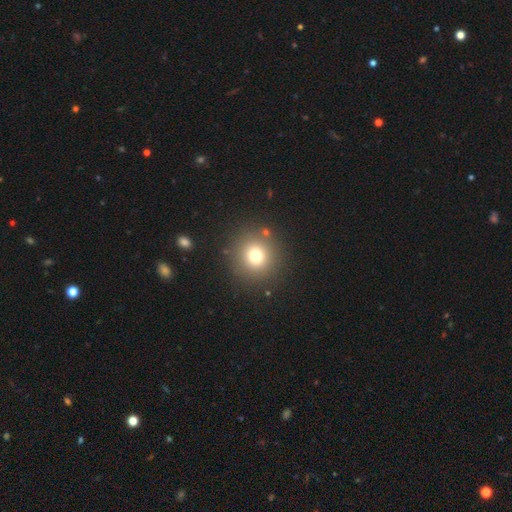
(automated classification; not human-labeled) A smooth galaxy with no disk features (75%) that is round (93%).

Vote fractions:
- Smooth or featured? smooth: 75% / star or artifact: 15% / featured or disk: 10%
- How rounded? round: 93% / in between: 6% / cigar-shaped: 1%
- Merging? none: 88% / minor disturbance: 6% / major disturbance: 3% / merger: 3%